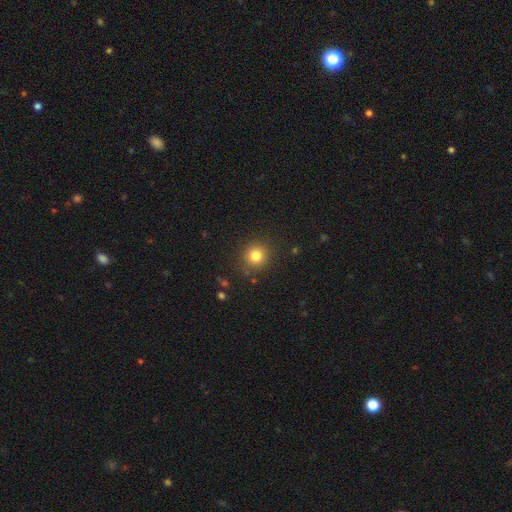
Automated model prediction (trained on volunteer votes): smooth-or-featured: smooth: 82% | star or artifact: 12% | featured or disk: 6%
  how-rounded: round: 91% | in between: 8% | cigar-shaped: 1%
  merging: none: 88% | minor disturbance: 8% | major disturbance: 3% | merger: 2%